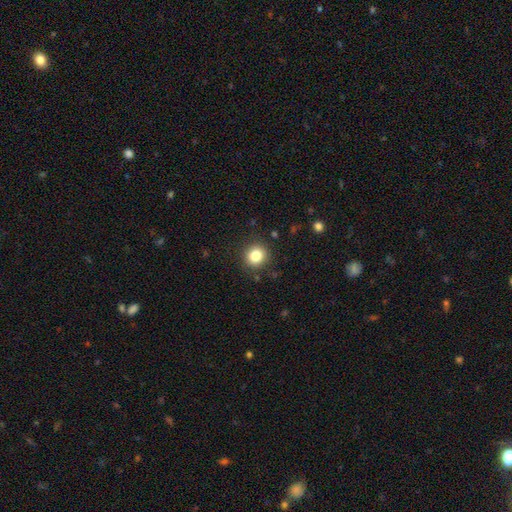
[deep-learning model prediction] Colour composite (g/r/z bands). It shows a smooth galaxy with no disk features (83%) that is round (89%). Merging: none (90%).